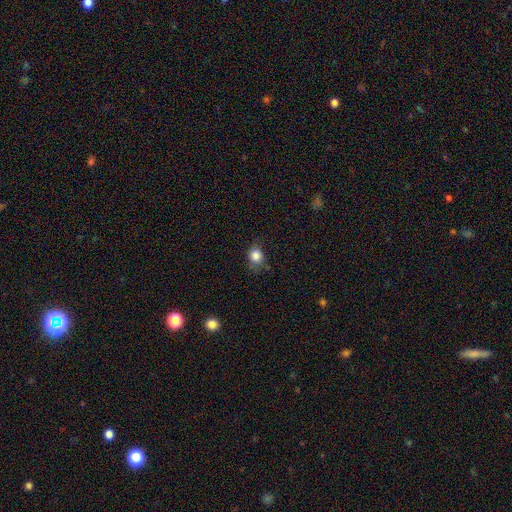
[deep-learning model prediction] smooth 83%, star or artifact 10%, featured or disk 6%. Down the decision tree: how rounded — round (67%); merging — none (67%).